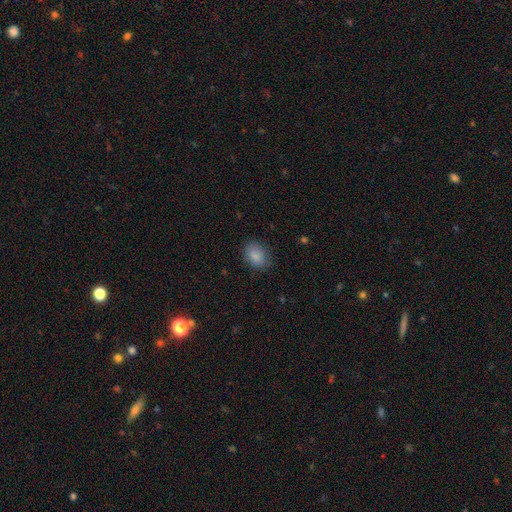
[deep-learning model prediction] smooth-or-featured: smooth: 87% | star or artifact: 8% | featured or disk: 5%
  how-rounded: in between: 77% | round: 22% | cigar-shaped: 1%
  merging: none: 79% | minor disturbance: 16% | major disturbance: 4% | merger: 1%